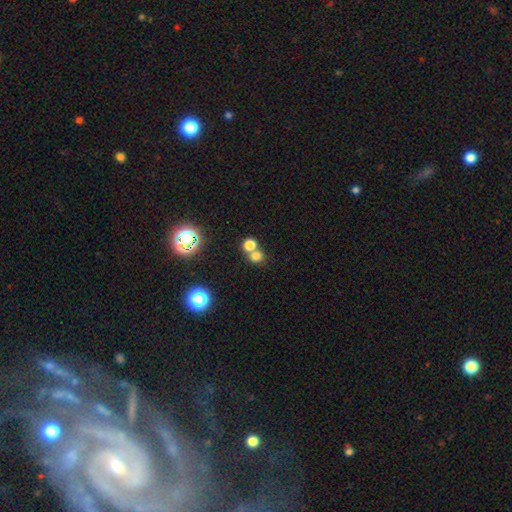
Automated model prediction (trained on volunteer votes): This is likely a smooth galaxy (72%). How rounded: clearly round (80%). Merging: possibly none (46%).